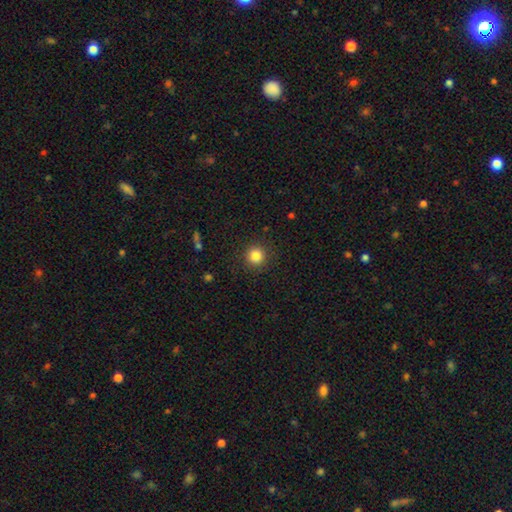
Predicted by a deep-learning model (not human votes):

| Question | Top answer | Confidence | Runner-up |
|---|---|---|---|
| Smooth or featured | smooth | 84% | star or artifact (11%) |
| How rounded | round | 93% | in between (6%) |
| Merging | none | 90% | minor disturbance (6%) |